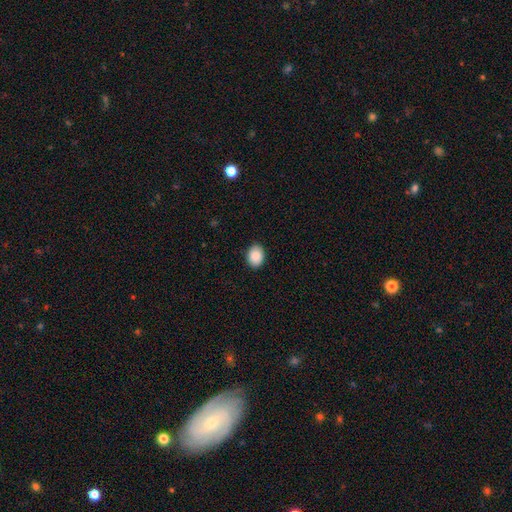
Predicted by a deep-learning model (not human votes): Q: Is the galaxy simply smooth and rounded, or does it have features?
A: smooth — 89%.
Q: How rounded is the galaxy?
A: in between — 65%.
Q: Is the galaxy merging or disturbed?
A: none — 90%.